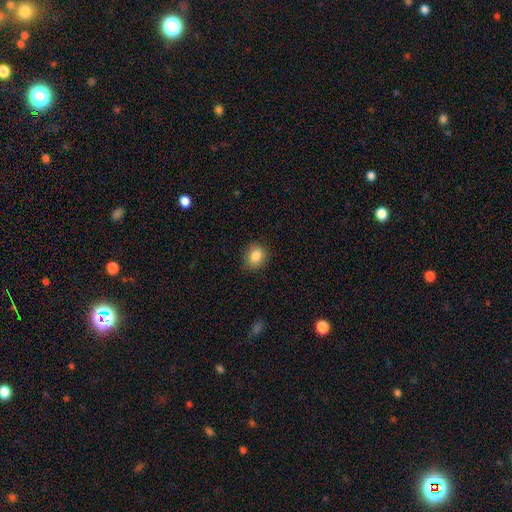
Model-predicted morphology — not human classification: Smooth or featured: smooth — 85% (star or artifact — 9%)
How rounded: round — 64% (in between — 35%)
Merging: none — 84% (minor disturbance — 12%)